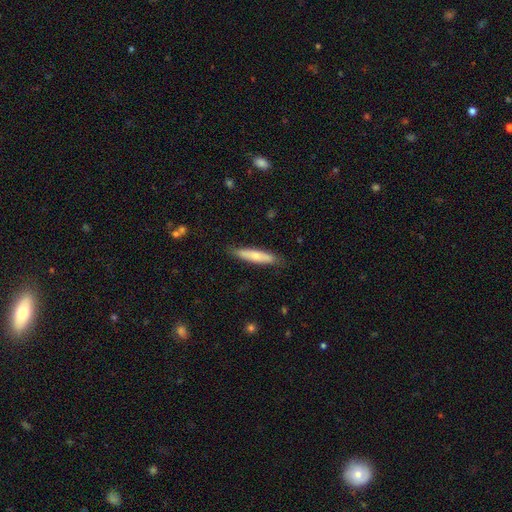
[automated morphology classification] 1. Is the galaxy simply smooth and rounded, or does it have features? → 66% smooth, 28% featured or disk, 5% star or artifact.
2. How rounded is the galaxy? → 85% cigar-shaped, 13% in between, 1% round.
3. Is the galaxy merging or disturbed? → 84% none, 13% minor disturbance, 2% major disturbance, 1% merger.